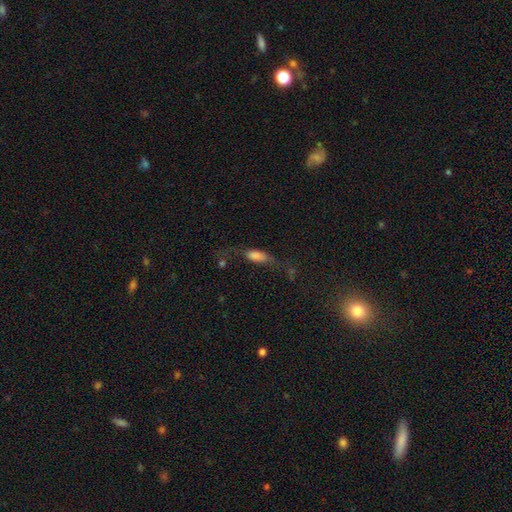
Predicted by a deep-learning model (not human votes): A smooth galaxy with no disk features (68%) that is in between round and cigar-shaped (69%). Merging: none (36%).